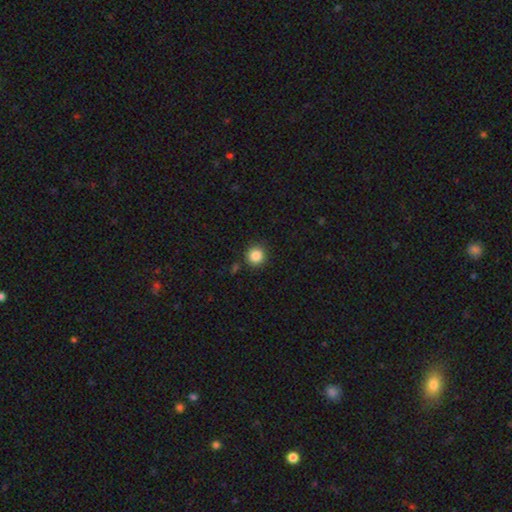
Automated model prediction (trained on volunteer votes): Q: Smooth or featured?
A: smooth (86%); runner-up: star or artifact (10%)
Q: How rounded?
A: round (94%); runner-up: in between (6%)
Q: Merging?
A: none (89%); runner-up: minor disturbance (6%)